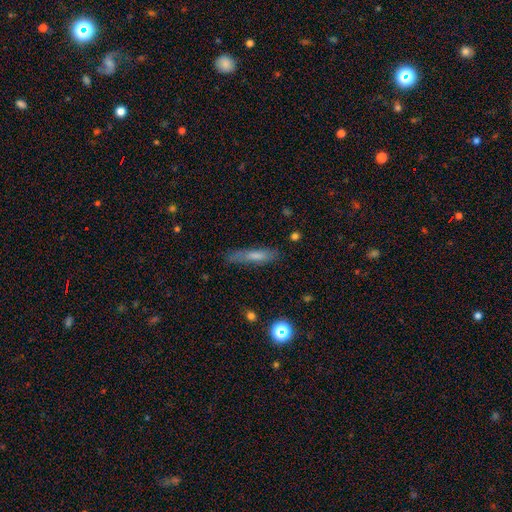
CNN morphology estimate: A smooth galaxy with no disk features (57%) that is cigar-shaped (81%). Merging: none (74%).